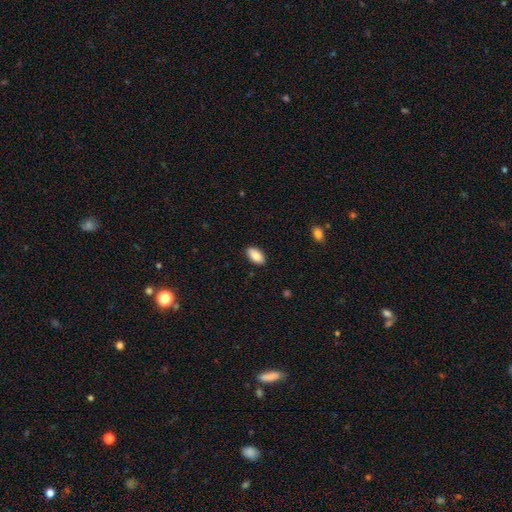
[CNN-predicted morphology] Smooth or featured? smooth (86%)
How rounded? in between (93%)
Merging? none (89%)